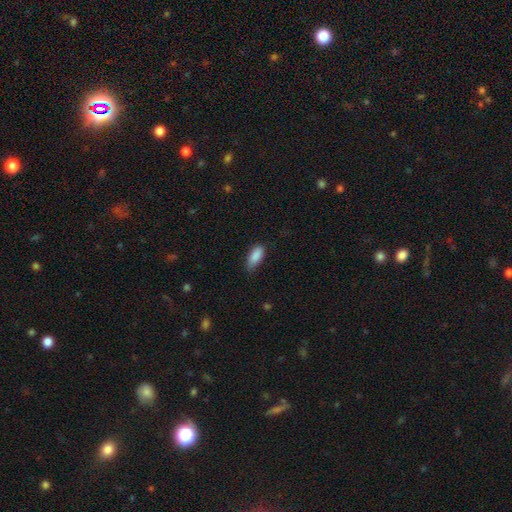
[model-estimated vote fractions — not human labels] smooth 89%, star or artifact 7%, featured or disk 5%. Down the decision tree: how rounded — in between (83%); merging — none (69%).